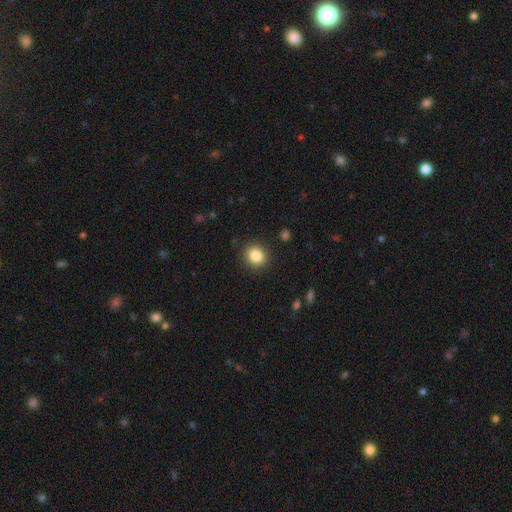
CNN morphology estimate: This appears to be a smooth galaxy with no disk features (85%) that is round (81%). Merging: none (90%).